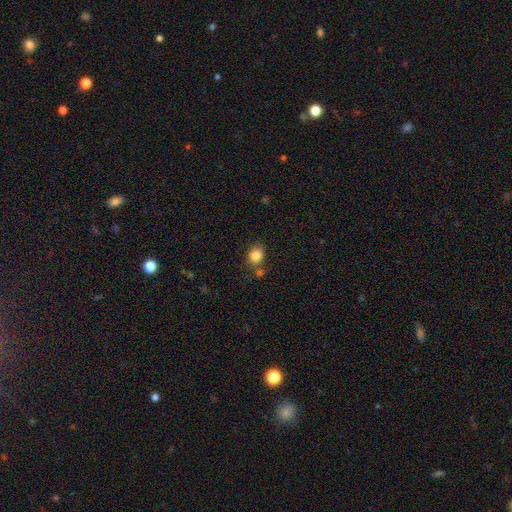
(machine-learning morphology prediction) Smooth or featured?
  - smooth: 85% *
  - star or artifact: 9%
  - featured or disk: 5%
How rounded?
  - in between: 53% *
  - round: 46%
  - cigar-shaped: 1%
Merging?
  - none: 67% *
  - minor disturbance: 16%
  - merger: 12%
  - major disturbance: 5%